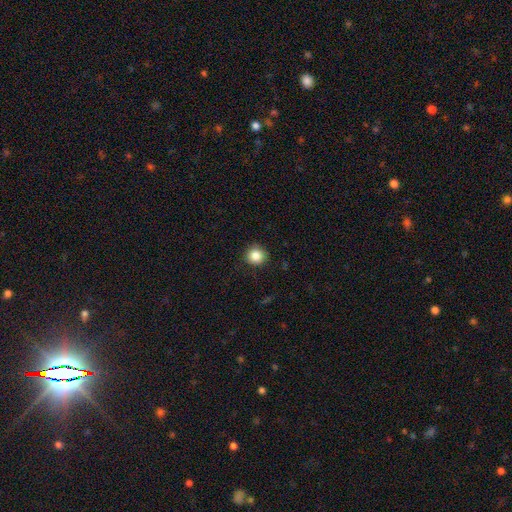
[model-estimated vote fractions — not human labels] Smooth or featured?
  - smooth: 85% *
  - star or artifact: 10%
  - featured or disk: 5%
How rounded?
  - round: 92% *
  - in between: 7%
  - cigar-shaped: 1%
Merging?
  - none: 88% *
  - minor disturbance: 8%
  - major disturbance: 2%
  - merger: 1%